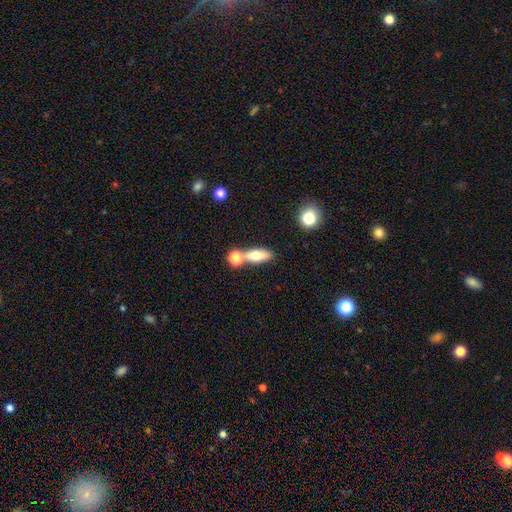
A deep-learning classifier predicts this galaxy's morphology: The model was most divided on "merging": none: 54%, merger: 31%, minor disturbance: 10%, major disturbance: 4%. More confident: smooth or featured — smooth (66%); how rounded — in between (63%).